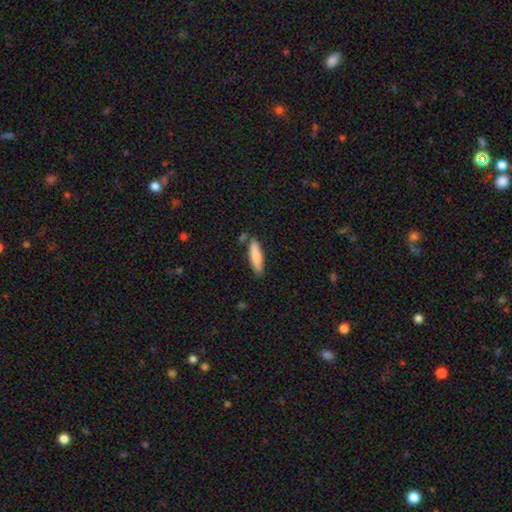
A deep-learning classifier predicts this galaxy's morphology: smooth_or_featured: smooth (p=0.82) [alt: featured or disk p=0.13]
how_rounded: cigar-shaped (p=0.69) [alt: in between p=0.29]
merging: none (p=0.77) [alt: minor disturbance p=0.14]